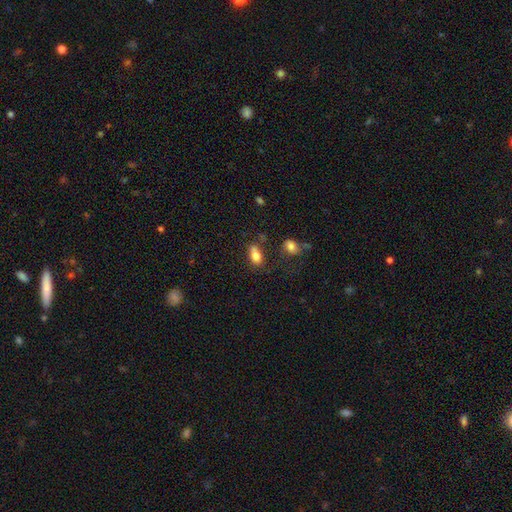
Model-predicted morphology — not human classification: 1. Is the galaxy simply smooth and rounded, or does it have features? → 80% smooth, 10% featured or disk, 10% star or artifact.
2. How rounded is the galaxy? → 84% in between, 13% round, 4% cigar-shaped.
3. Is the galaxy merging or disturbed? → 49% none, 22% minor disturbance, 20% merger, 9% major disturbance.